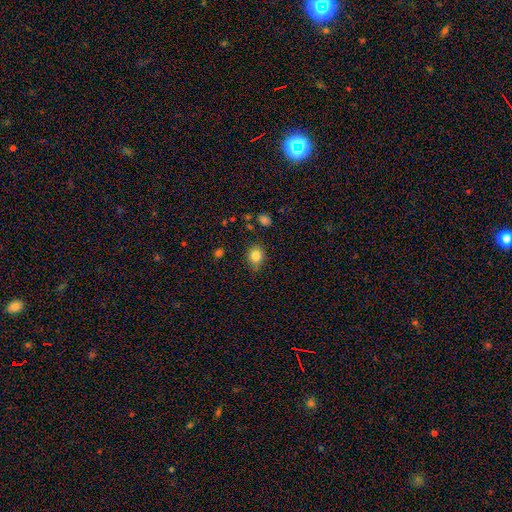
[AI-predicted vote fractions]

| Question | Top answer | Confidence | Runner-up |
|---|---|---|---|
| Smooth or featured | smooth | 84% | star or artifact (10%) |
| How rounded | round | 66% | in between (33%) |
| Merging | none | 78% | minor disturbance (16%) |